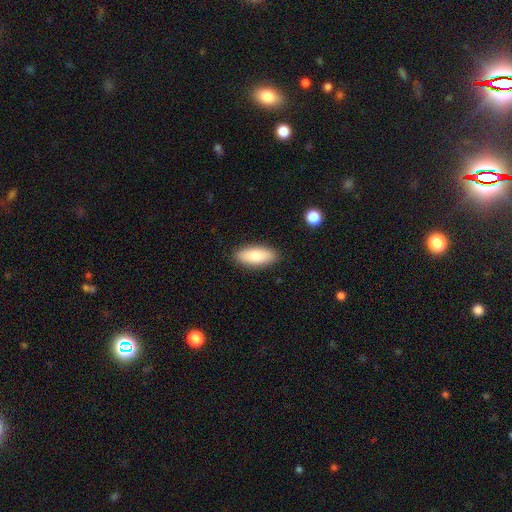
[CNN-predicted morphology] smooth-or-featured: smooth: 82% | featured or disk: 12% | star or artifact: 6%
  how-rounded: in between: 81% | cigar-shaped: 17% | round: 2%
  merging: none: 88% | minor disturbance: 9% | major disturbance: 2% | merger: 1%